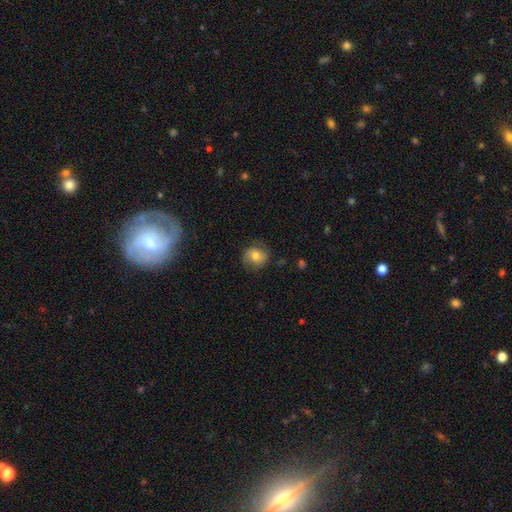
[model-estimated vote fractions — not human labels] Q: Smooth or featured?
A: smooth (53%); runner-up: featured or disk (38%)
Q: How rounded?
A: round (79%); runner-up: in between (20%)
Q: Merging?
A: none (75%); runner-up: minor disturbance (17%)